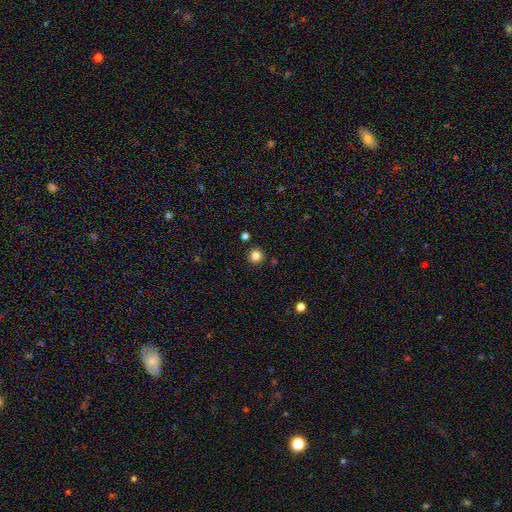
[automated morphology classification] This appears to be a smooth galaxy with no disk features (83%) that is round (95%). Merging: none (90%).